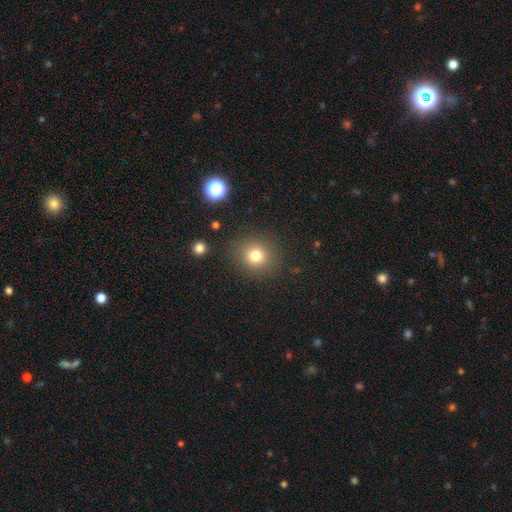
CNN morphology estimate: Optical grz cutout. It shows a smooth galaxy with no disk features (78%) that is round (86%). Merging: none (87%).